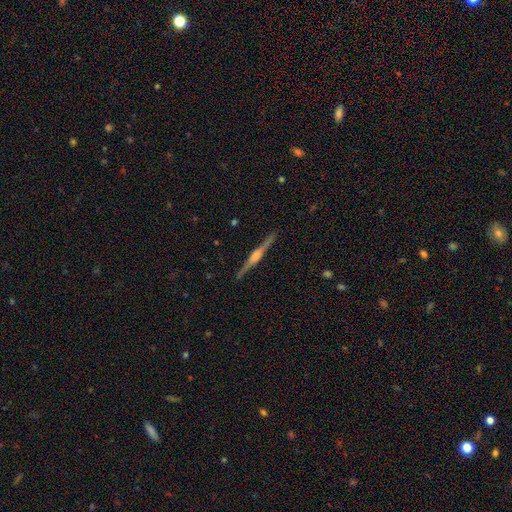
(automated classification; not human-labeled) Q: Smooth or featured?
A: featured or disk (84%); runner-up: smooth (11%)
Q: Edge-on disk?
A: yes (99%); runner-up: no (1%)
Q: Edge-on bulge?
A: rounded (72%); runner-up: boxy (22%)
Q: Merging?
A: none (91%); runner-up: minor disturbance (6%)